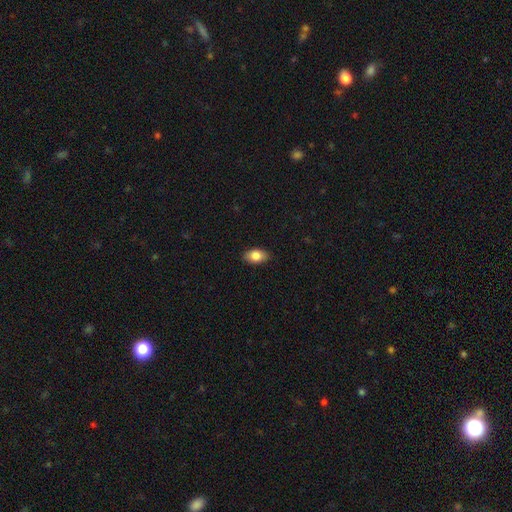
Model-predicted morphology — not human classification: smooth 84%, featured or disk 9%, star or artifact 7%. Down the decision tree: how rounded — in between (90%); merging — none (87%).